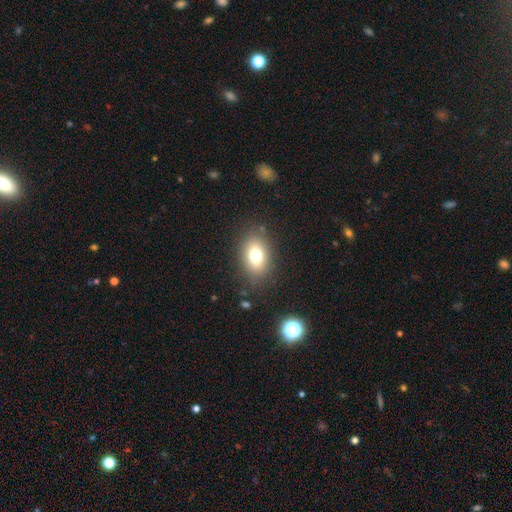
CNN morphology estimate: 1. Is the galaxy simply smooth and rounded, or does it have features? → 76% smooth, 13% featured or disk, 11% star or artifact.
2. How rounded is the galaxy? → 79% in between, 20% round, 2% cigar-shaped.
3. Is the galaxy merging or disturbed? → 83% none, 11% minor disturbance, 4% major disturbance, 2% merger.